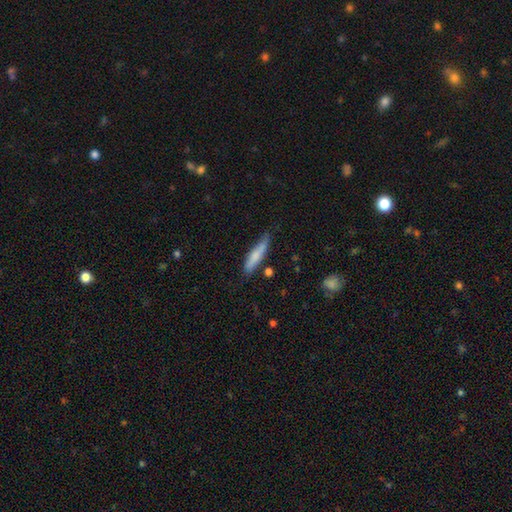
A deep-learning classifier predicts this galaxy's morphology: smooth-or-featured: smooth: 70% | featured or disk: 24% | star or artifact: 6%
  how-rounded: cigar-shaped: 82% | in between: 17% | round: 2%
  merging: none: 64% | minor disturbance: 27% | major disturbance: 5% | merger: 3%